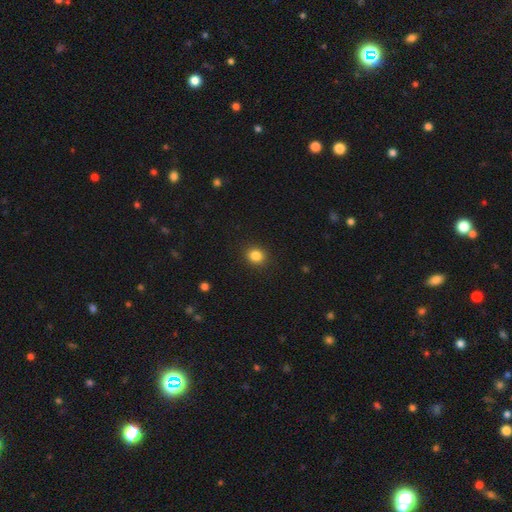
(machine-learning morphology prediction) smooth-or-featured: smooth: 85% | star or artifact: 11% | featured or disk: 4%
  how-rounded: round: 78% | in between: 21% | cigar-shaped: 1%
  merging: none: 91% | minor disturbance: 6% | major disturbance: 2% | merger: 1%